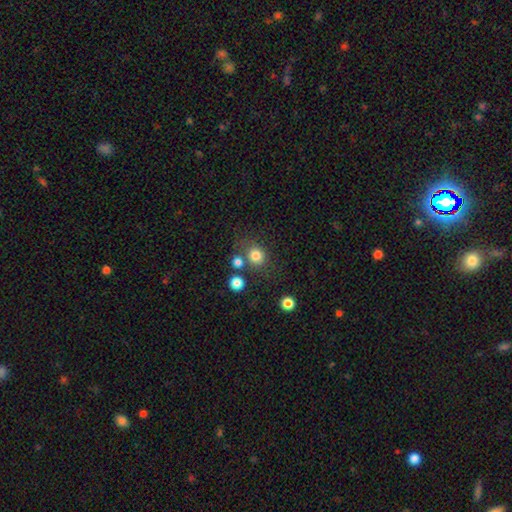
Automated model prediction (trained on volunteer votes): smooth 80%, star or artifact 13%, featured or disk 7%. Down the decision tree: how rounded — round (84%); merging — none (69%).